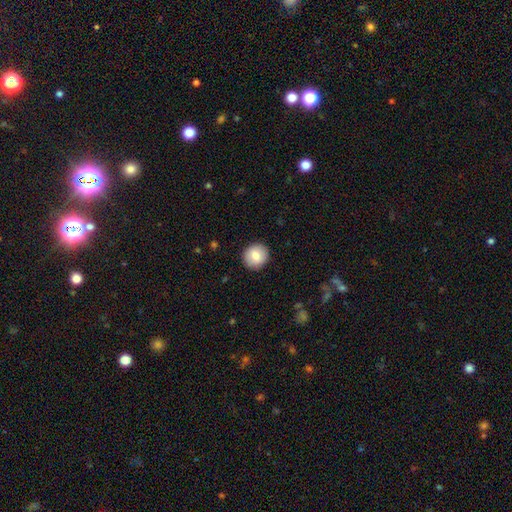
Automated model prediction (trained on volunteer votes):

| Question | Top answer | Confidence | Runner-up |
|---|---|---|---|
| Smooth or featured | smooth | 81% | featured or disk (12%) |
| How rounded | round | 90% | in between (9%) |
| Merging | none | 91% | minor disturbance (6%) |